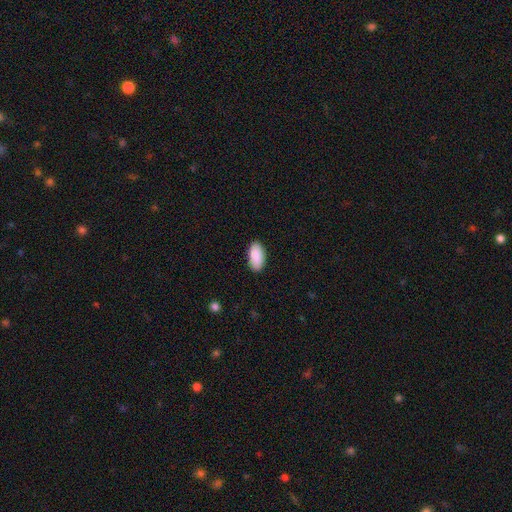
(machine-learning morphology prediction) Q: Smooth or featured?
A: smooth (90%); runner-up: star or artifact (6%)
Q: How rounded?
A: in between (95%); runner-up: cigar-shaped (3%)
Q: Merging?
A: none (88%); runner-up: minor disturbance (9%)